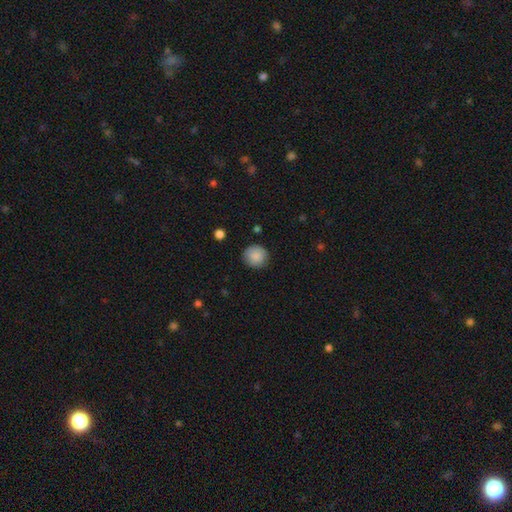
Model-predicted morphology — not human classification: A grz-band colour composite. It shows a smooth galaxy with no disk features (86%) that is round (91%). Merging: none (86%).